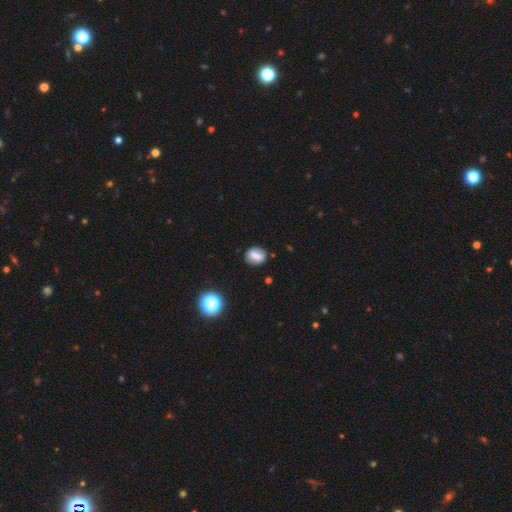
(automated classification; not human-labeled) smooth 73%, featured or disk 15%, star or artifact 11%. Down the decision tree: how rounded — round (50%); merging — none (81%).